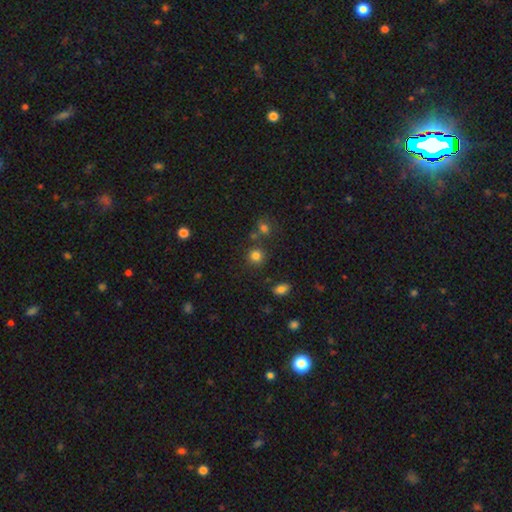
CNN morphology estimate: Overall: smooth (81%). How rounded: round (89%). Merging: none (79%).